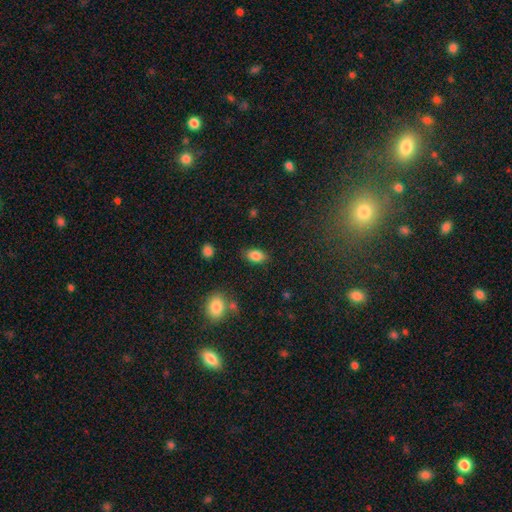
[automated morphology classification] A smooth galaxy with no disk features (84%) that is in between round and cigar-shaped (89%). Merging: none (83%).